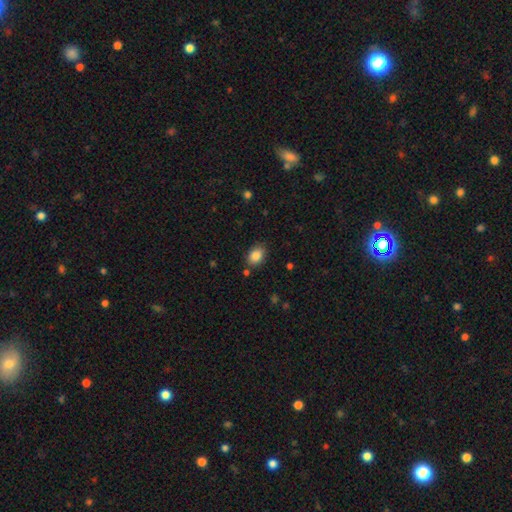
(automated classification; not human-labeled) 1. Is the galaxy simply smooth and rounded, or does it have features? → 85% smooth, 9% star or artifact, 6% featured or disk.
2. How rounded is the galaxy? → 72% in between, 27% round, 1% cigar-shaped.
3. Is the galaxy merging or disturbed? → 82% none, 11% minor disturbance, 3% merger, 3% major disturbance.